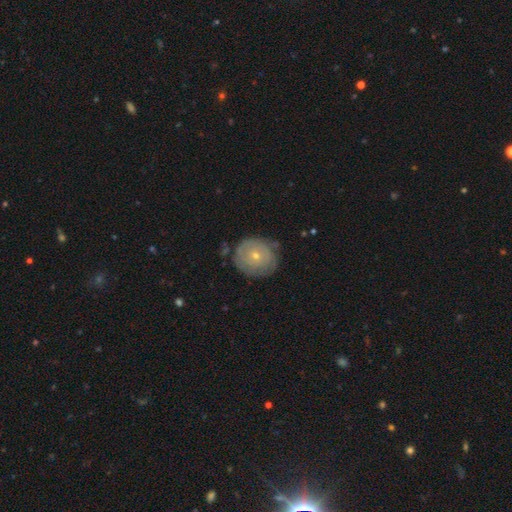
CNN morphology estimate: This is possibly a featured or disk galaxy (50%). It is clearly not viewed edge-on (96%). Merging: likely none (73%).